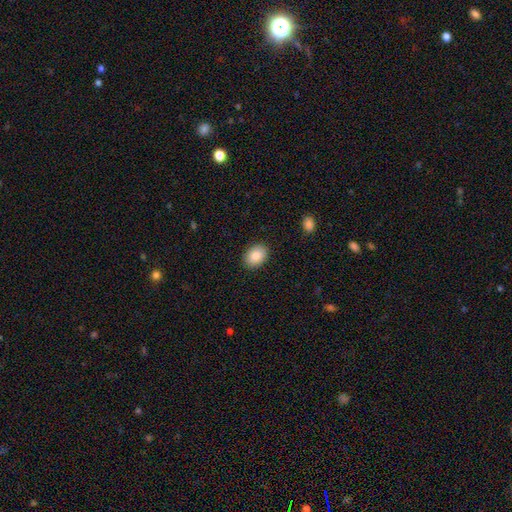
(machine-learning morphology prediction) Smooth or featured: smooth — 87% (star or artifact — 7%)
How rounded: in between — 74% (round — 25%)
Merging: none — 89% (minor disturbance — 8%)